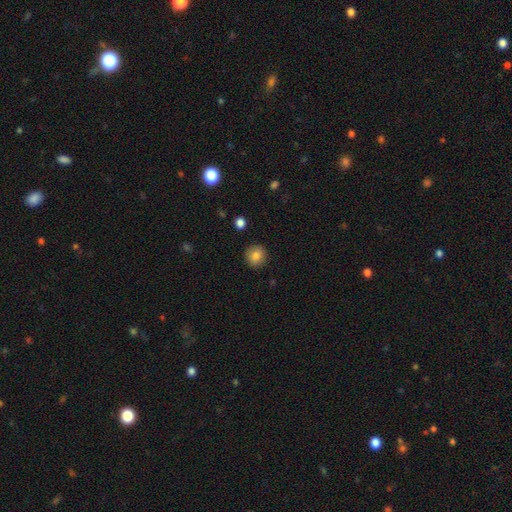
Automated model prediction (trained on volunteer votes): Smooth or featured? Predicted: smooth (p=0.85). How rounded? Predicted: round (p=0.90). Merging? Predicted: none (p=0.90).